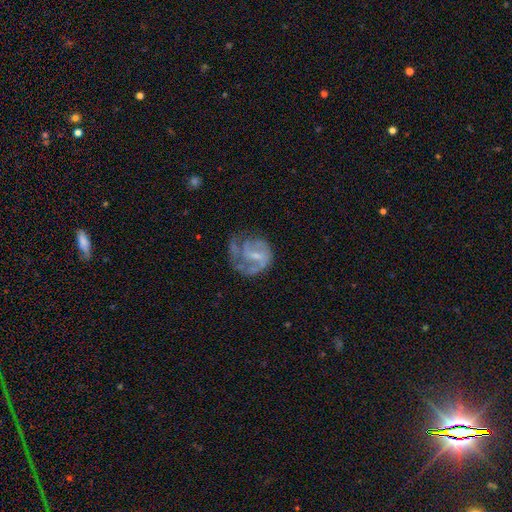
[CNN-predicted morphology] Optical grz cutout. It shows a featured or disk galaxy (75%) with a weak bar (53%), 2 (39%) medium (44%) spiral arms (83%) and a small central bulge (54%). Merging: none (42%).